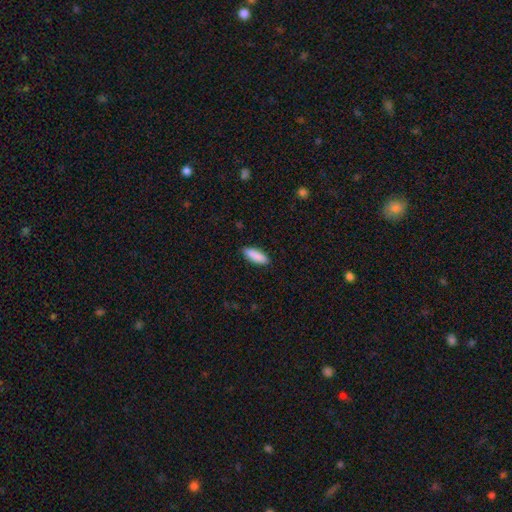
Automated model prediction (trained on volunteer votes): This is clearly a smooth galaxy (90%). How rounded: likely in between (63%). Merging: clearly none (89%).